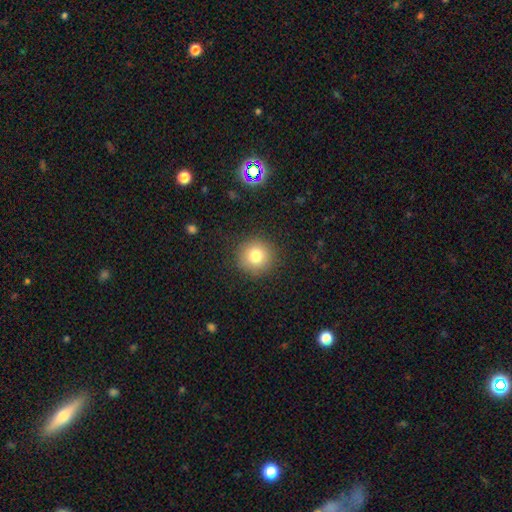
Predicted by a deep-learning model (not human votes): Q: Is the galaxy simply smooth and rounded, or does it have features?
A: smooth — 79%.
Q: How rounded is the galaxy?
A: round — 95%.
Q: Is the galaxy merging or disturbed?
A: none — 90%.